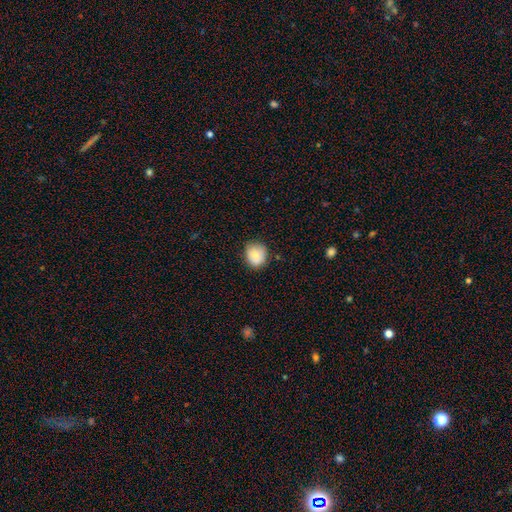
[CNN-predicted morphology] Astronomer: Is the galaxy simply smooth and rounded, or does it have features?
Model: smooth — 79%.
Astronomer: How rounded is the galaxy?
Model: round — 75%.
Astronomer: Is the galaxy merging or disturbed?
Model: none — 76%.